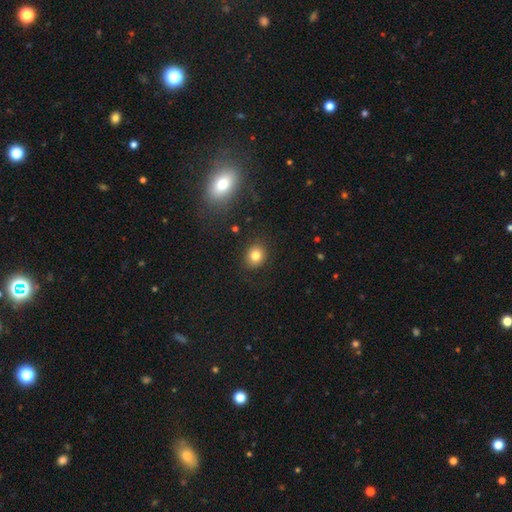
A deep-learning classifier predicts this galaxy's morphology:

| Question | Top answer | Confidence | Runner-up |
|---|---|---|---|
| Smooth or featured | smooth | 80% | star or artifact (11%) |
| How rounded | round | 71% | in between (28%) |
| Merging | none | 86% | minor disturbance (9%) |